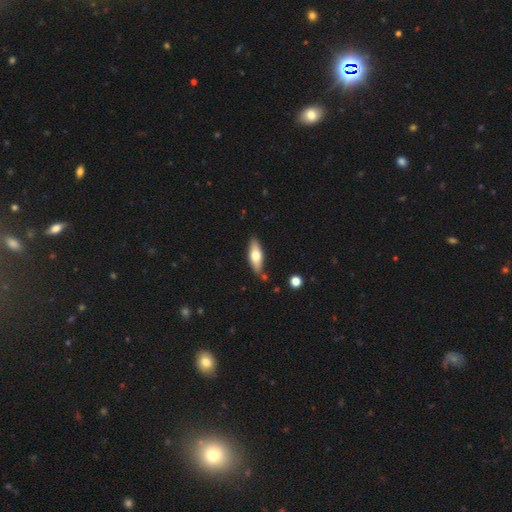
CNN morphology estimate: A smooth galaxy with no disk features (63%) that is in between round and cigar-shaped (61%).

Vote fractions:
- Smooth or featured? smooth: 63% / featured or disk: 32% / star or artifact: 6%
- How rounded? in between: 61% / cigar-shaped: 37% / round: 2%
- Merging? none: 79% / minor disturbance: 14% / merger: 4% / major disturbance: 3%